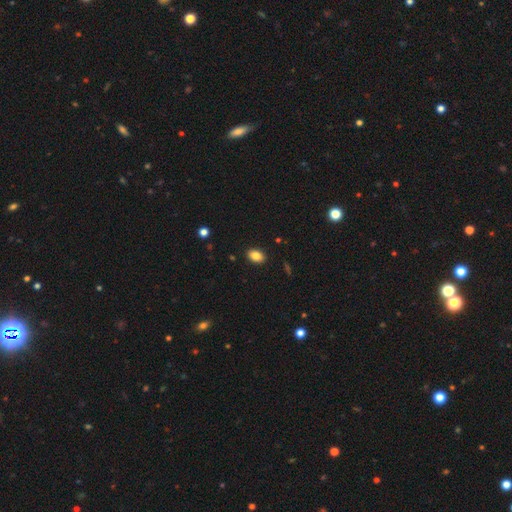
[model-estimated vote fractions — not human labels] Smooth or featured? smooth (86%)
How rounded? in between (85%)
Merging? none (89%)